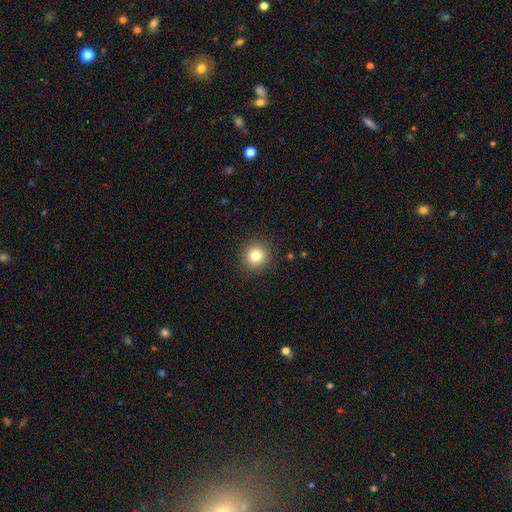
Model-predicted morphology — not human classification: Smooth or featured? smooth (80%)
How rounded? round (93%)
Merging? none (91%)